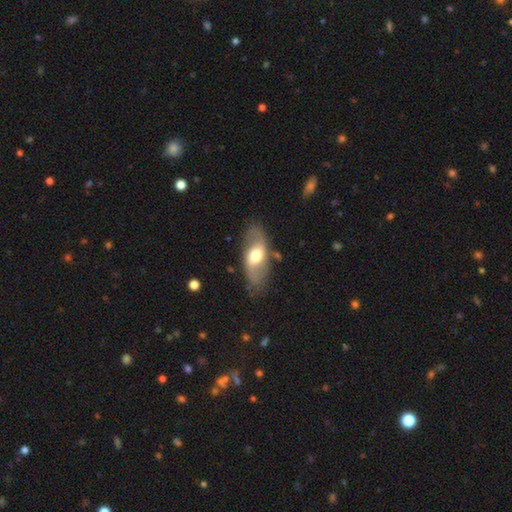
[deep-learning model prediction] A featured or disk galaxy (57%). Merging: none (75%).